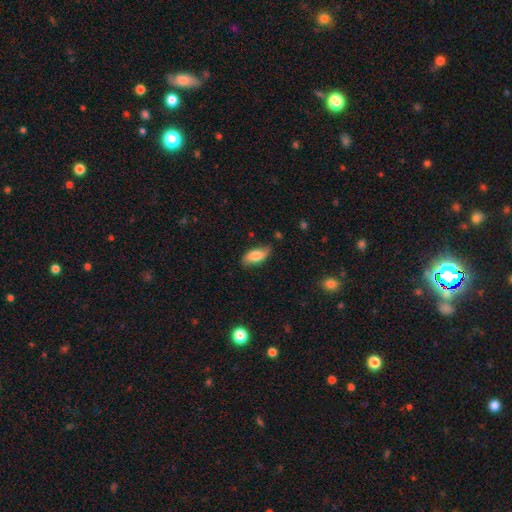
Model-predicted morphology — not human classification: A smooth galaxy with no disk features (66%) that is in between round and cigar-shaped (85%).

Vote fractions:
- Smooth or featured? smooth: 66% / featured or disk: 27% / star or artifact: 7%
- How rounded? in between: 85% / cigar-shaped: 11% / round: 3%
- Merging? none: 74% / minor disturbance: 20% / major disturbance: 4% / merger: 2%